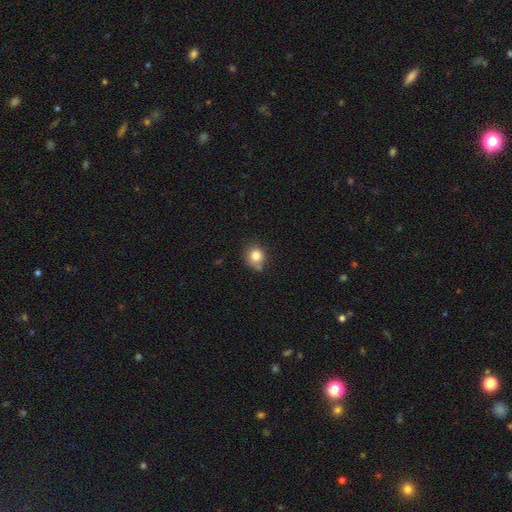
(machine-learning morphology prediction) Smooth or featured? smooth (81%)
How rounded? round (80%)
Merging? none (66%)